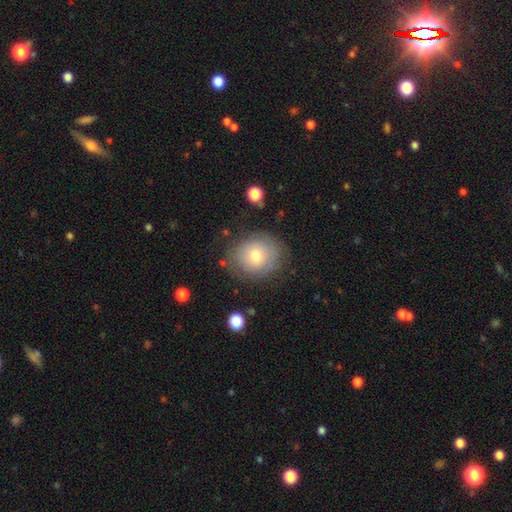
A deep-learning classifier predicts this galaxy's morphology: A smooth galaxy with no disk features (66%) that is round (65%). Merging: none (74%).